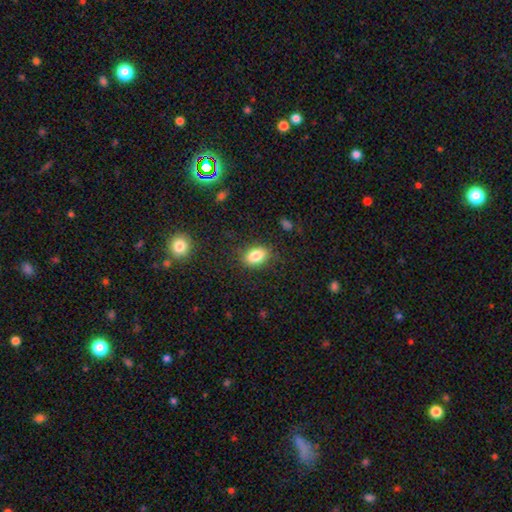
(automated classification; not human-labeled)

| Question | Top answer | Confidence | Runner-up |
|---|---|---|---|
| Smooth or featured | smooth | 83% | star or artifact (9%) |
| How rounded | in between | 84% | round (15%) |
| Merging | none | 83% | minor disturbance (12%) |